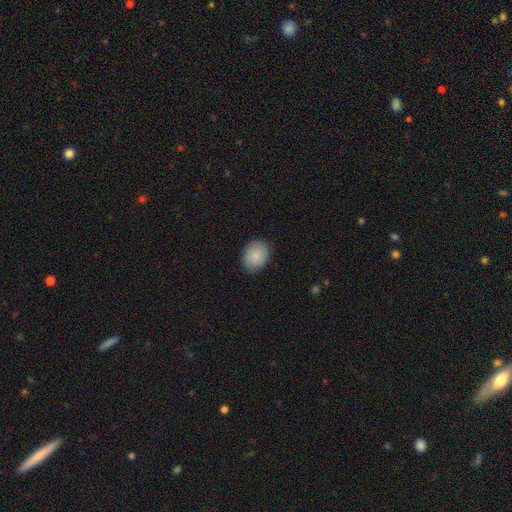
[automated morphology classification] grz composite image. It shows a smooth galaxy with no disk features (86%) that is in between round and cigar-shaped (63%). Merging: none (85%).